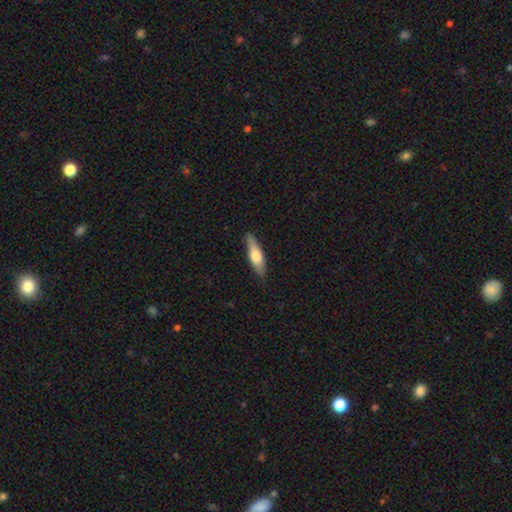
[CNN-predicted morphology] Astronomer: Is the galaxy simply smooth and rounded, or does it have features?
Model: smooth — 56% (runner-up: featured or disk, 38%).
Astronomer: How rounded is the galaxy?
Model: cigar-shaped — 64%.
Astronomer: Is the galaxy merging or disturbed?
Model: none — 86%.